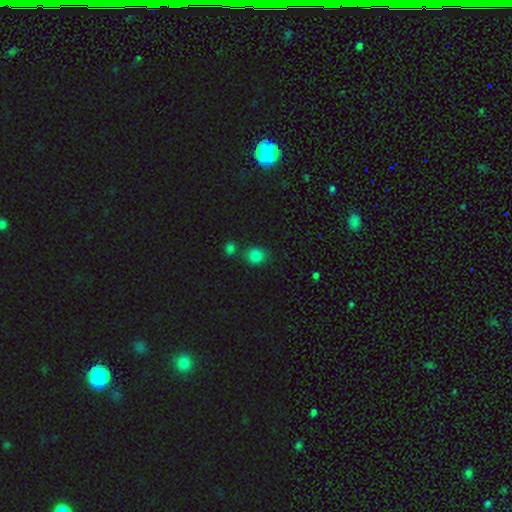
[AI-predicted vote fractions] Overall: smooth (82%). How rounded: round (71%). Merging: none (68%).